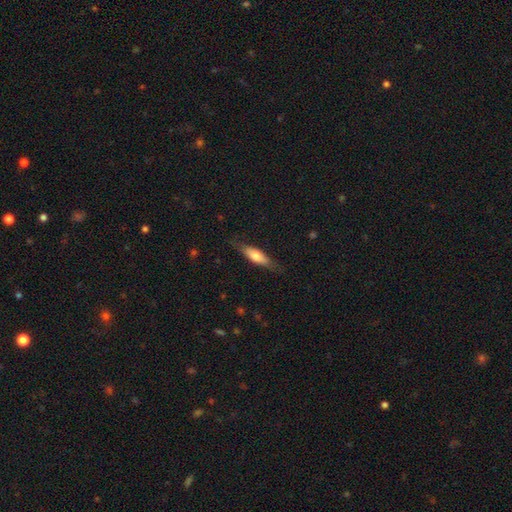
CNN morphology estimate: Smooth or featured: smooth — 59% (featured or disk — 35%)
How rounded: cigar-shaped — 57% (in between — 41%)
Merging: none — 78% (minor disturbance — 16%)